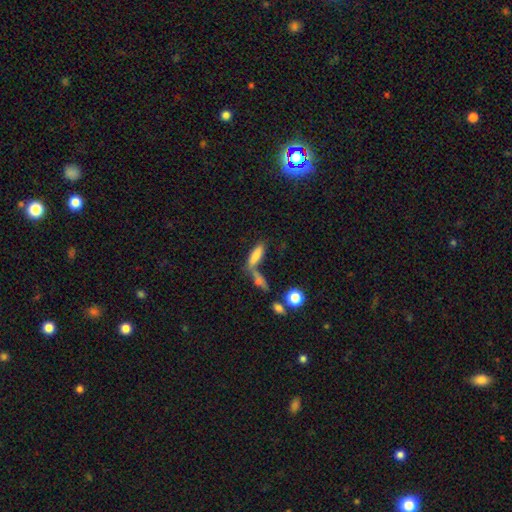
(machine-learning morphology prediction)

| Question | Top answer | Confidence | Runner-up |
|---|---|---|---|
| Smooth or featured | smooth | 75% | featured or disk (16%) |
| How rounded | cigar-shaped | 50% | in between (47%) |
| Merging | merger | 43% | none (39%) |